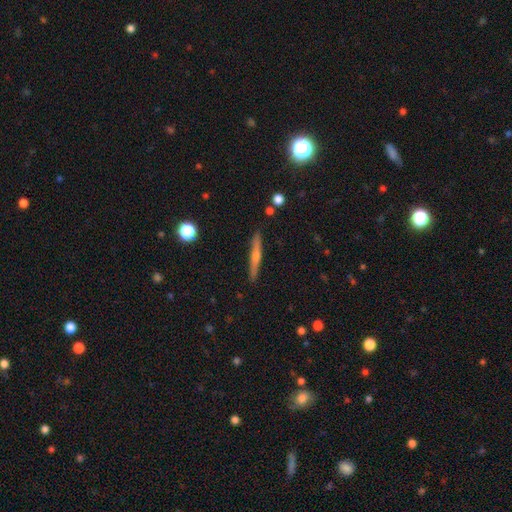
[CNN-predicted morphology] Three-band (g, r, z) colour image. It shows a featured or disk galaxy (61%) viewed edge-on (97%) with a rounded central bulge (76%). Merging: none (90%).